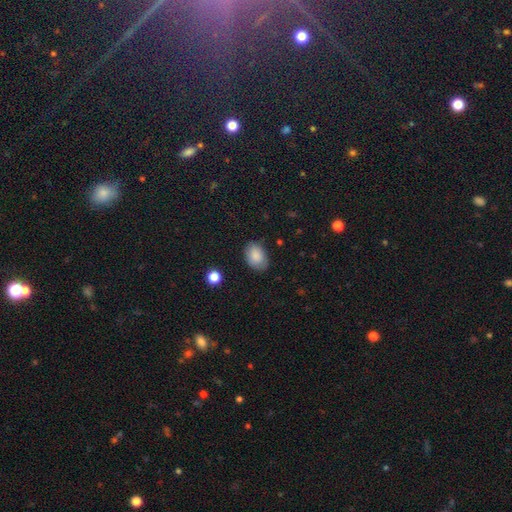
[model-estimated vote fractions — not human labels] smooth-or-featured: smooth: 85% | featured or disk: 8% | star or artifact: 7%
  how-rounded: in between: 84% | round: 15% | cigar-shaped: 1%
  merging: none: 75% | minor disturbance: 19% | major disturbance: 4% | merger: 1%